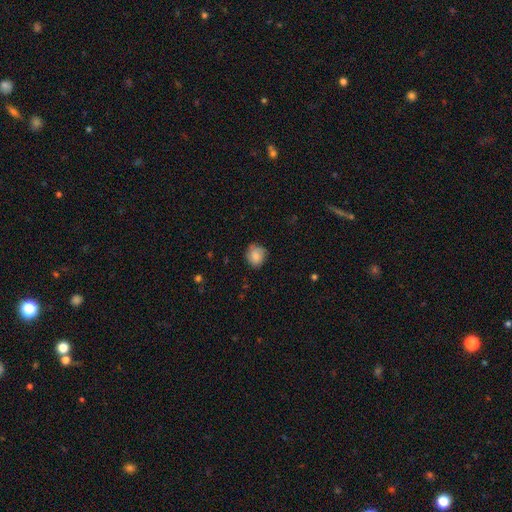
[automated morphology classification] Overall: smooth (81%). How rounded: round (79%). Merging: none (73%).